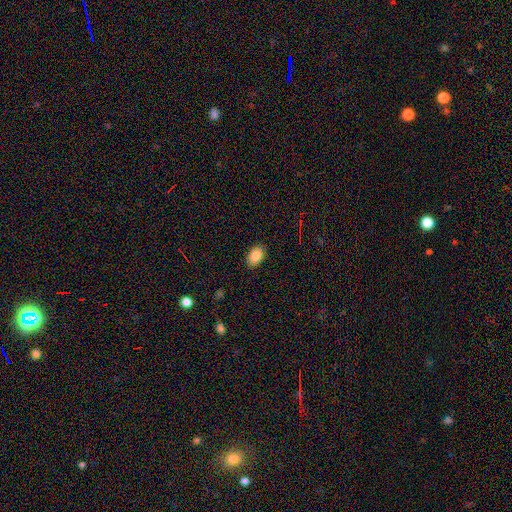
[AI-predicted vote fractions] Smooth or featured? smooth (87%)
How rounded? in between (86%)
Merging? none (87%)